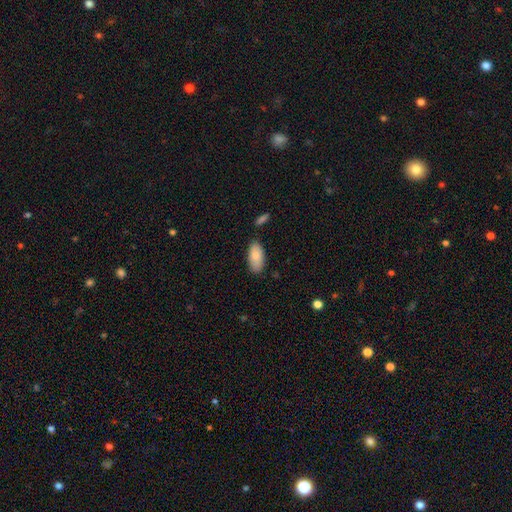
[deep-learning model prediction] Morphology: type=smooth (80%); roundness=in between (93%); merging=none (78%).